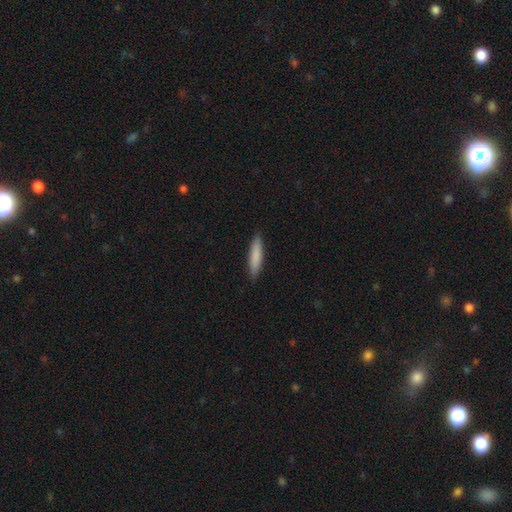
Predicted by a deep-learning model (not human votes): This appears to be a smooth galaxy with no disk features (83%) that is cigar-shaped (82%). Merging: none (88%).